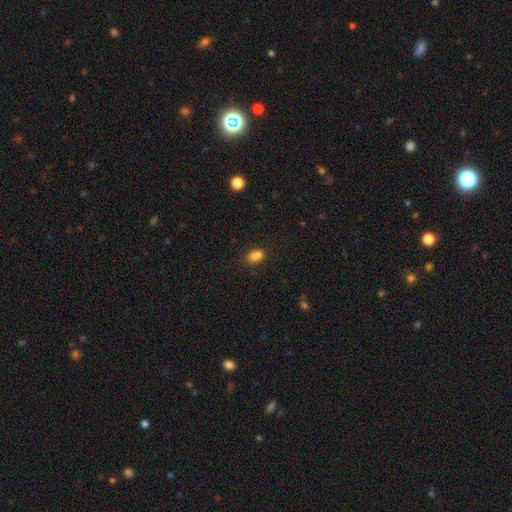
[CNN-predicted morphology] type=smooth (82%); roundness=in between (83%); merging=none (66%).